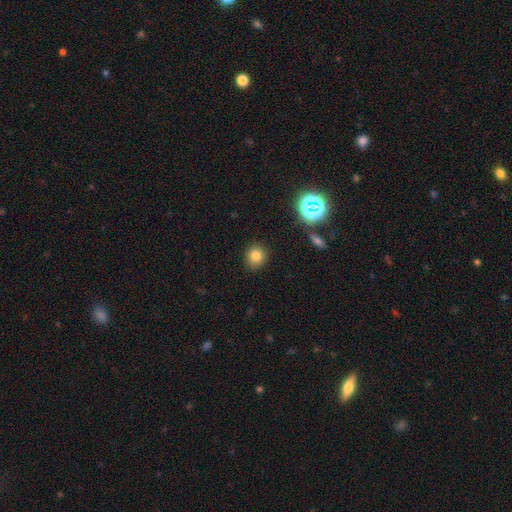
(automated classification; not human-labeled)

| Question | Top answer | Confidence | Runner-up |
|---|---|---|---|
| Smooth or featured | smooth | 79% | star or artifact (14%) |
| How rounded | round | 83% | in between (16%) |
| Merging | none | 89% | minor disturbance (7%) |